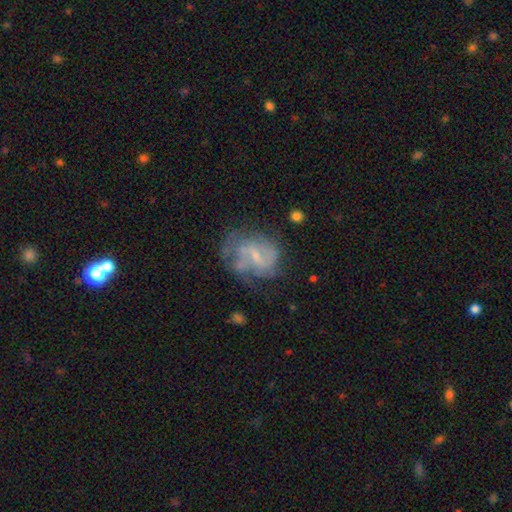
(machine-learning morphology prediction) type=featured or disk (69%); edge-on=no (98%); bar=weak (52%); spiral arms=yes (71%); bulge=small (60%); merging=none (47%).